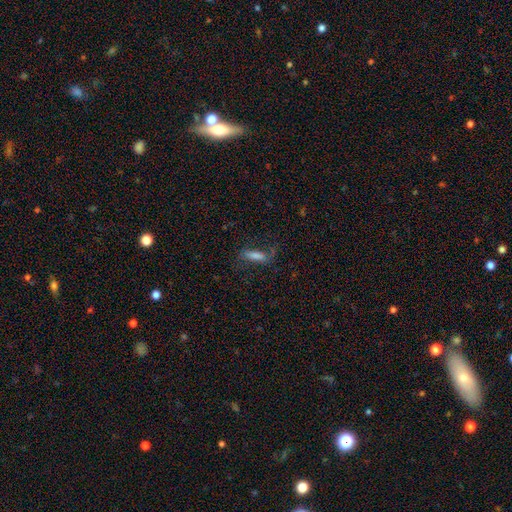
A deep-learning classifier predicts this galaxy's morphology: A smooth galaxy with no disk features (52%) that is cigar-shaped (59%).

Vote fractions:
- Smooth or featured? smooth: 52% / featured or disk: 34% / star or artifact: 14%
- How rounded? cigar-shaped: 59% / in between: 38% / round: 3%
- Merging? none: 63% / minor disturbance: 19% / major disturbance: 16% / merger: 2%